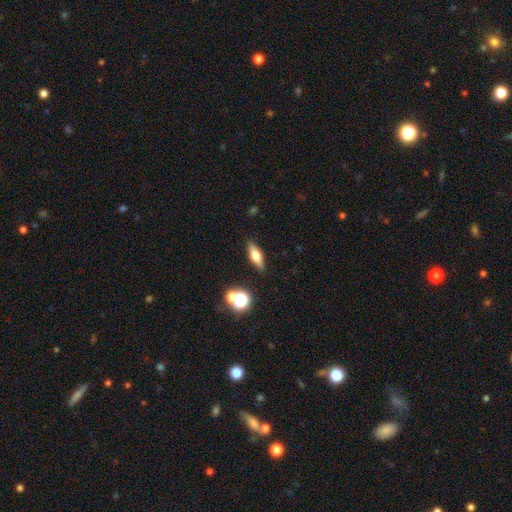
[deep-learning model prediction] Morphology: type=smooth (52%); roundness=in between (55%); merging=none (86%).